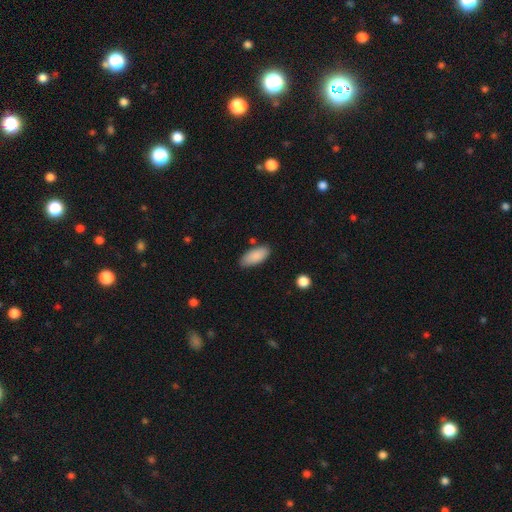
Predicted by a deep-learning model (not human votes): Smooth or featured: smooth — 88% (featured or disk — 6%)
How rounded: in between — 89% (cigar-shaped — 10%)
Merging: none — 81% (minor disturbance — 13%)